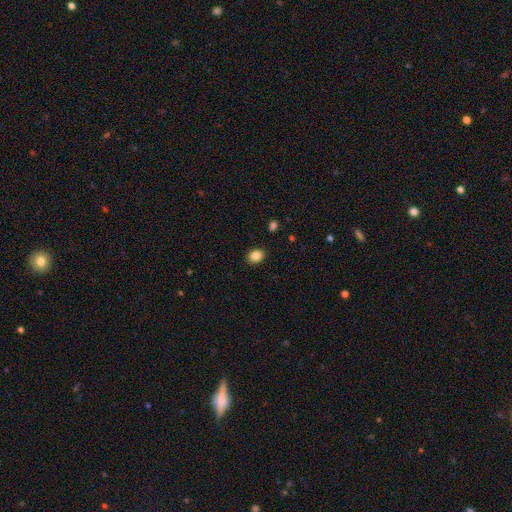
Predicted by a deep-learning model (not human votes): smooth-or-featured: smooth: 86% | star or artifact: 9% | featured or disk: 5%
  how-rounded: in between: 56% | round: 43% | cigar-shaped: 1%
  merging: none: 89% | minor disturbance: 8% | major disturbance: 2% | merger: 1%